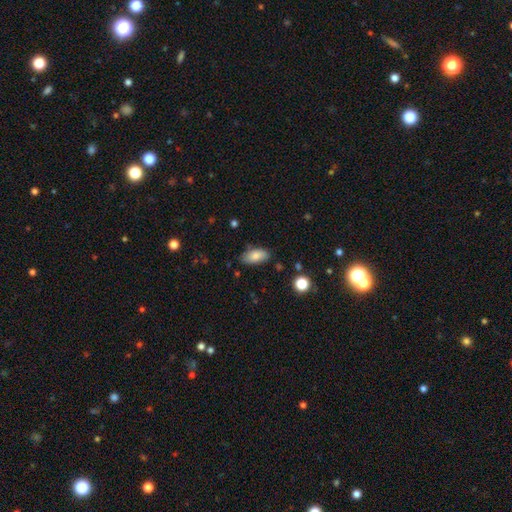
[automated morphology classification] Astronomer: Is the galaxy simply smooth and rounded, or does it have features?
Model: smooth — 82%.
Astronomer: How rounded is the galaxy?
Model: in between — 91%.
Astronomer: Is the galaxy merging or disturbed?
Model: none — 78%.